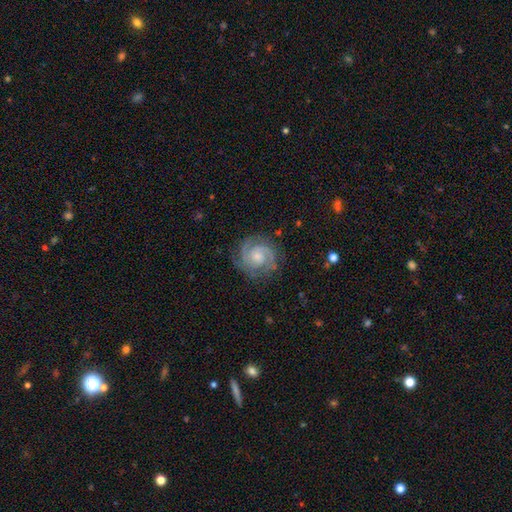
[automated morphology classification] featured or disk 88%, smooth 6%, star or artifact 5%. Down the decision tree: edge-on disk — no (98%); bar — no (65%); spiral arms — yes (98%); spiral arm count — 2 (62%); spiral winding — tight (63%); bulge size — small (56%); merging — none (80%).